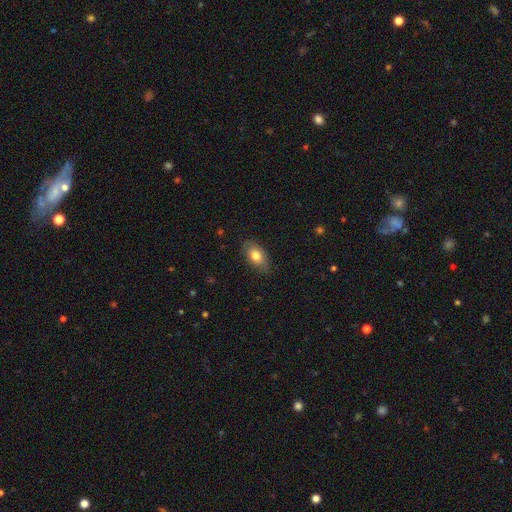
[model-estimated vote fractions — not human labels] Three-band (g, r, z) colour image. It shows a smooth galaxy with no disk features (80%) that is in between round and cigar-shaped (90%). Merging: none (83%).